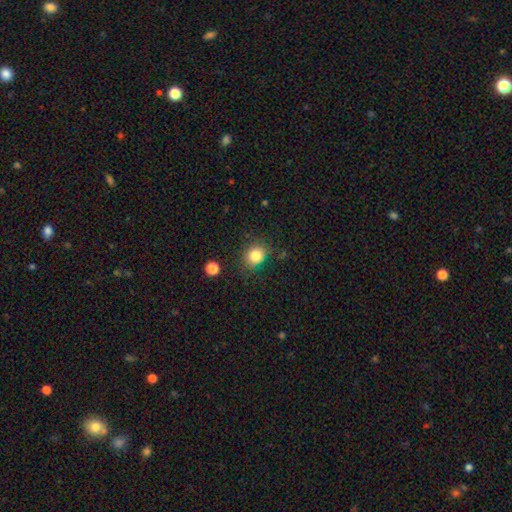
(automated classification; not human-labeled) Q: Smooth or featured?
A: smooth (82%); runner-up: star or artifact (11%)
Q: How rounded?
A: round (70%); runner-up: in between (29%)
Q: Merging?
A: none (79%); runner-up: minor disturbance (14%)